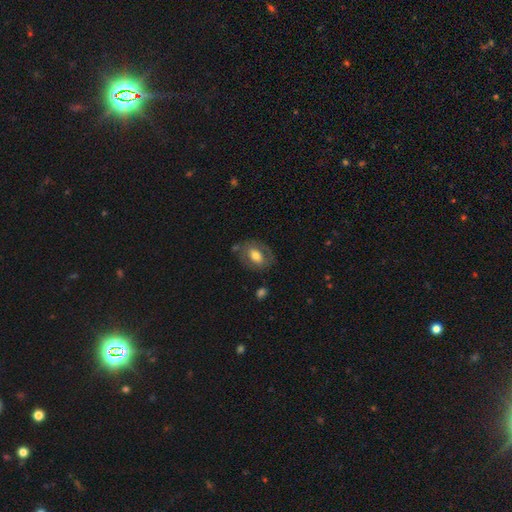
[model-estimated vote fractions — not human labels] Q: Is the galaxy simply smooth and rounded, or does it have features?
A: smooth — 56%.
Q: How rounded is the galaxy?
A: in between — 76%.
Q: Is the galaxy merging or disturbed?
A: none — 70%.